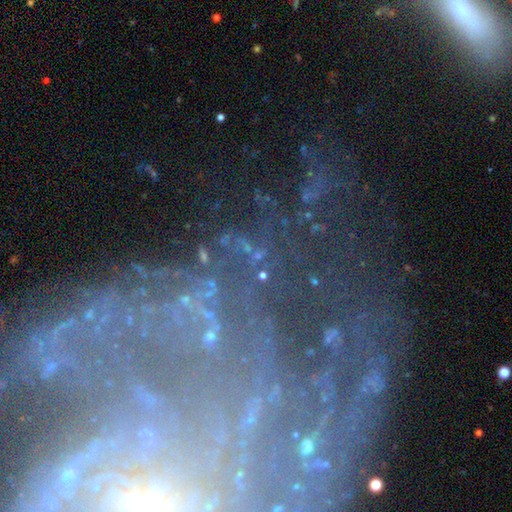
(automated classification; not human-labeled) Smooth or featured: star or artifact — 48% (featured or disk — 37%)